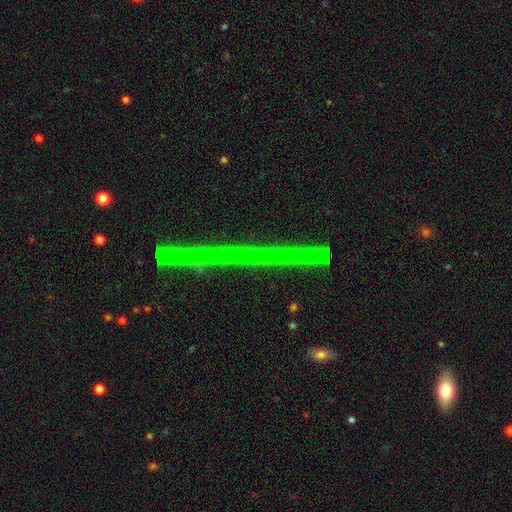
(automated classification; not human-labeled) Smooth or featured?
  - star or artifact: 78% *
  - featured or disk: 16%
  - smooth: 6%